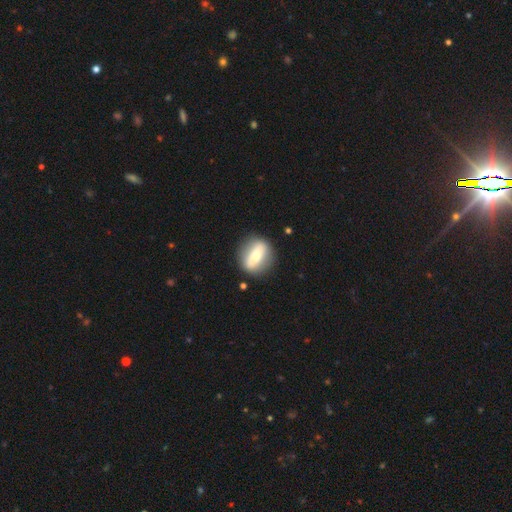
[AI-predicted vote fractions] This is possibly a smooth galaxy (49%). Merging: clearly none (82%).